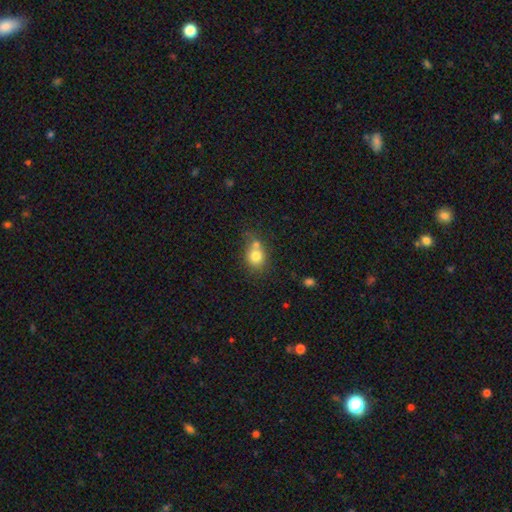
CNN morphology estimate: This is likely a smooth galaxy (77%). How rounded: likely round (66%). Merging: marginally none (44%).